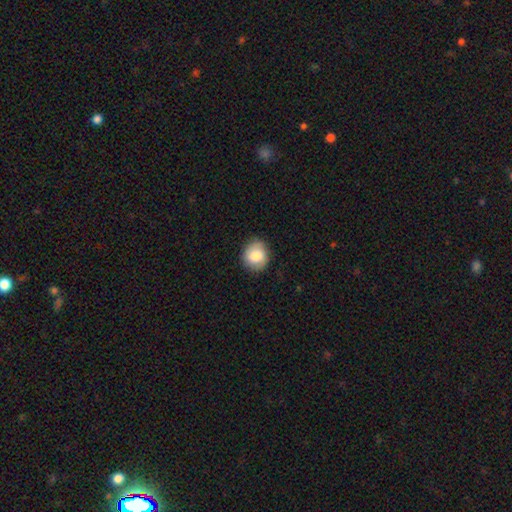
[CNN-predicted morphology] This is likely a smooth galaxy (77%). How rounded: clearly round (82%). Merging: clearly none (86%).